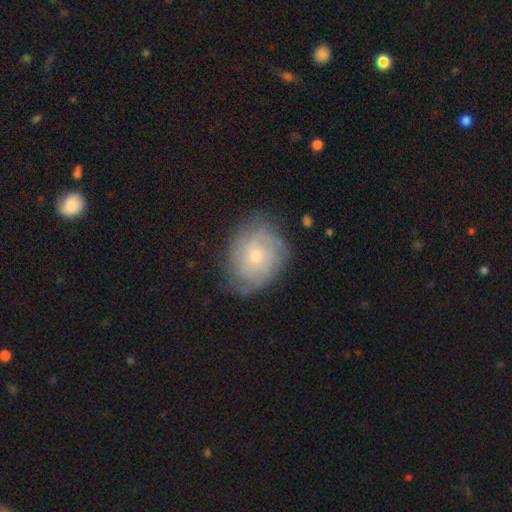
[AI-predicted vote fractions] Q: Smooth or featured?
A: featured or disk (63%); runner-up: smooth (28%)
Q: Edge-on disk?
A: no (97%); runner-up: yes (3%)
Q: Bar?
A: no (78%); runner-up: weak (20%)
Q: Spiral arms?
A: yes (88%); runner-up: no (12%)
Q: Spiral winding?
A: tight (63%); runner-up: medium (28%)
Q: Spiral arm count?
A: can't tell (48%); runner-up: 3 (15%)
Q: Bulge size?
A: small (59%); runner-up: moderate (36%)
Q: Merging?
A: none (74%); runner-up: minor disturbance (19%)